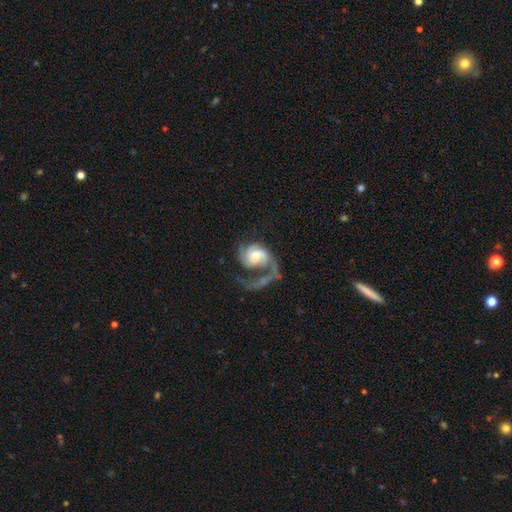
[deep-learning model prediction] Smooth or featured: featured or disk — 83% (smooth — 12%)
Edge-on disk: no — 98% (yes — 2%)
Bar: no — 58% (weak — 34%)
Spiral arms: yes — 95% (no — 5%)
Spiral winding: medium — 42% (loose — 38%)
Spiral arm count: 2 — 42% (1 — 37%)
Bulge size: moderate — 63% (small — 21%)
Merging: major disturbance — 45% (none — 34%)